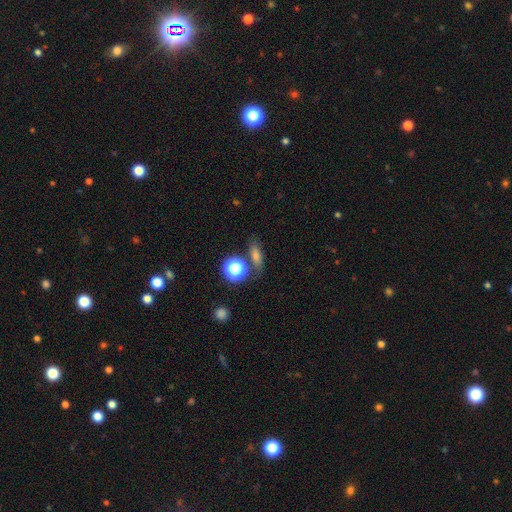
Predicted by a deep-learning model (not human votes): Morphology: type=smooth (59%); roundness=in between (44%); merging=none (75%).